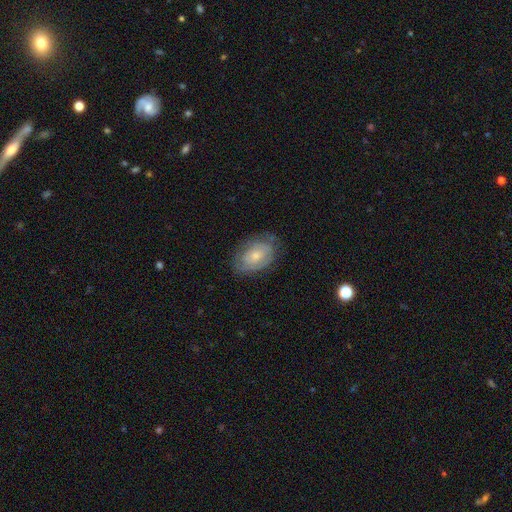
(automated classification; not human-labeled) This is possibly a featured or disk galaxy (50%). Merging: likely none (69%).